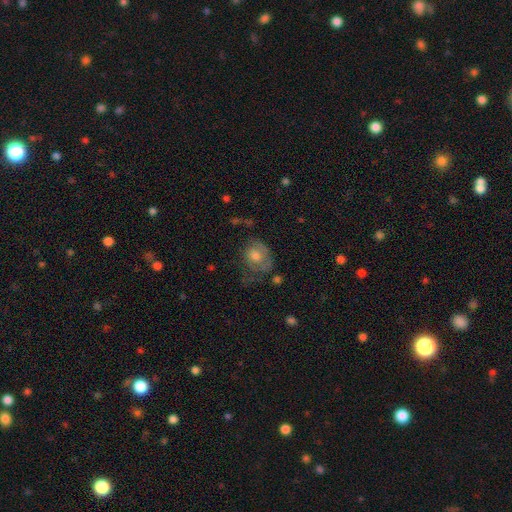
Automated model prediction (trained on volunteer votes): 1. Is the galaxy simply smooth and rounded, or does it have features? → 47% smooth, 42% featured or disk, 11% star or artifact.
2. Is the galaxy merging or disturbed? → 43% none, 28% major disturbance, 26% minor disturbance, 3% merger.